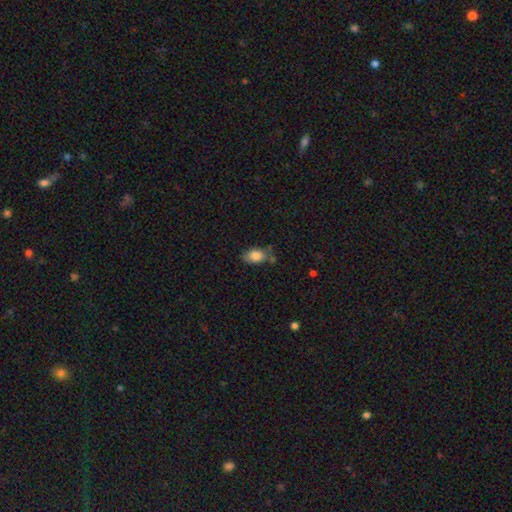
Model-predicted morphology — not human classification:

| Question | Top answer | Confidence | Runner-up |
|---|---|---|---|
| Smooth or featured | smooth | 83% | featured or disk (9%) |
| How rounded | in between | 86% | round (11%) |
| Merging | none | 59% | minor disturbance (26%) |